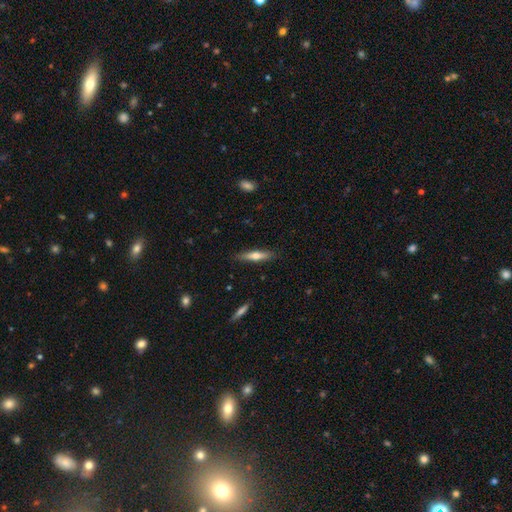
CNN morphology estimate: Smooth or featured: smooth — 56% (featured or disk — 38%)
How rounded: cigar-shaped — 81% (in between — 17%)
Merging: none — 87% (minor disturbance — 10%)